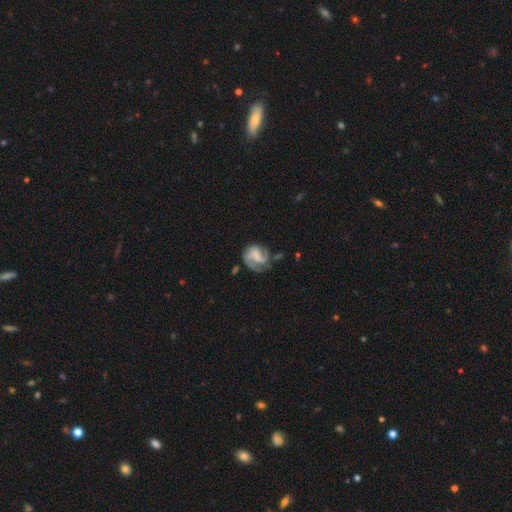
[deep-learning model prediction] Smooth or featured?
  - featured or disk: 71% *
  - smooth: 22%
  - star or artifact: 7%
Edge-on disk?
  - no: 98% *
  - yes: 2%
Bar?
  - weak: 41% *
  - no: 38%
  - strong: 21%
Spiral arms?
  - yes: 90% *
  - no: 10%
Spiral winding?
  - medium: 43% *
  - tight: 36%
  - loose: 21%
Spiral arm count?
  - 2: 50% *
  - 1: 19%
  - can't tell: 14%
  - 3: 13%
  - 4: 2%
  - more than 4: 2%
Bulge size?
  - none: 51% *
  - small: 22%
  - moderate: 16%
  - large: 9%
  - dominant: 2%
Merging?
  - none: 49% *
  - major disturbance: 24%
  - minor disturbance: 23%
  - merger: 4%